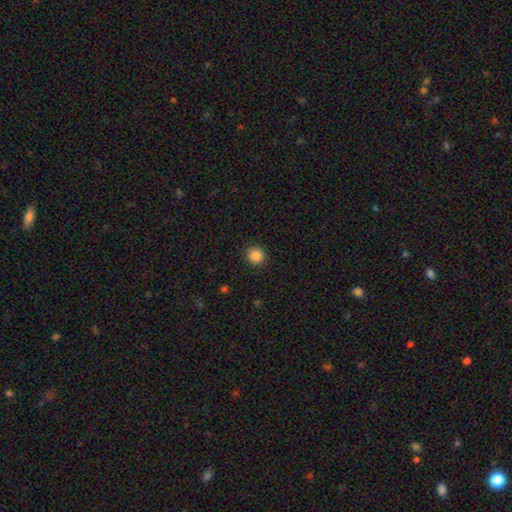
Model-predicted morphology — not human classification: Smooth or featured?
  - smooth: 87% *
  - star or artifact: 10%
  - featured or disk: 3%
How rounded?
  - round: 93% *
  - in between: 6%
  - cigar-shaped: 1%
Merging?
  - none: 92% *
  - minor disturbance: 5%
  - major disturbance: 2%
  - merger: 1%